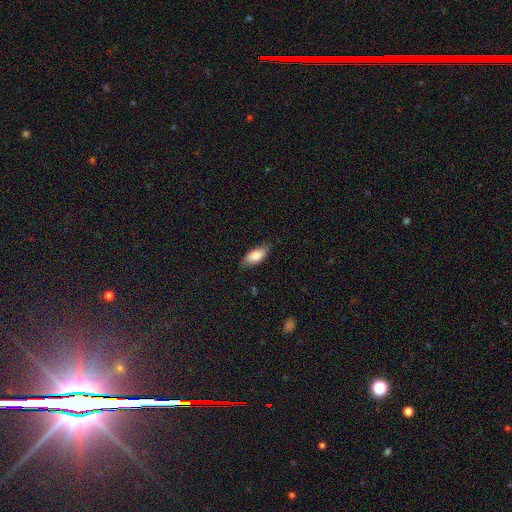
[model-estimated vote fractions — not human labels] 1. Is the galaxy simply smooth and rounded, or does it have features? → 80% smooth, 14% featured or disk, 6% star or artifact.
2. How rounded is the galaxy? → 83% in between, 14% cigar-shaped, 2% round.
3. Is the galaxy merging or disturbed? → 76% none, 20% minor disturbance, 4% major disturbance, 1% merger.